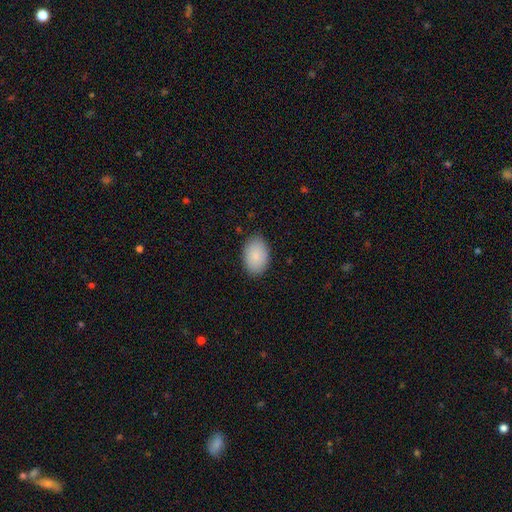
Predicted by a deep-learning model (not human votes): smooth_or_featured: smooth (p=0.86) [alt: featured or disk p=0.07]
how_rounded: in between (p=0.86) [alt: round p=0.13]
merging: none (p=0.85) [alt: minor disturbance p=0.12]